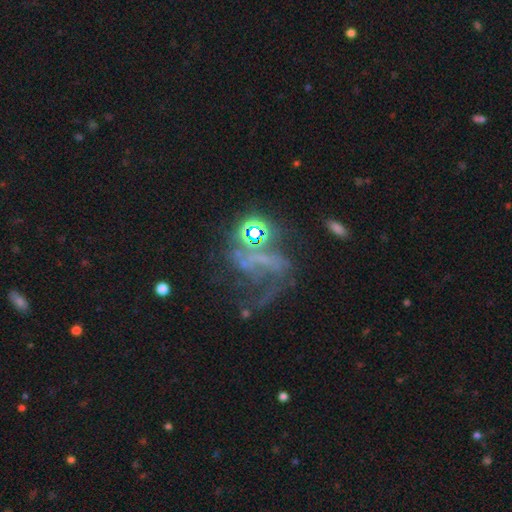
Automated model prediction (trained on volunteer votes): Smooth or featured: featured or disk — 48% (star or artifact — 35%)
Merging: major disturbance — 42% (none — 31%)